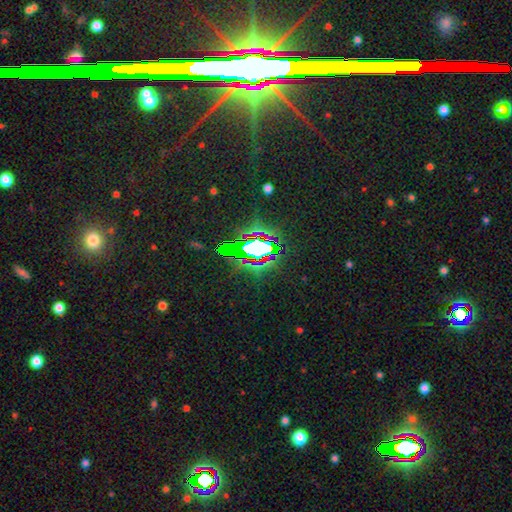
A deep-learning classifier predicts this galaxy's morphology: This appears to be a star or artifact, not a galaxy (82%).